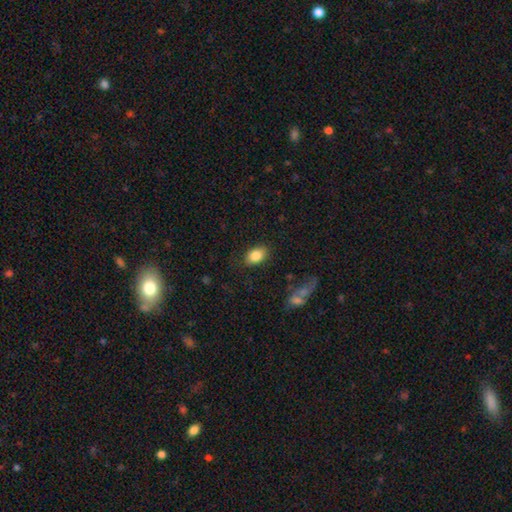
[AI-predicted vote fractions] A smooth galaxy with no disk features (85%) that is in between round and cigar-shaped (83%).

Vote fractions:
- Smooth or featured? smooth: 85% / star or artifact: 8% / featured or disk: 7%
- How rounded? in between: 83% / round: 16% / cigar-shaped: 1%
- Merging? none: 84% / minor disturbance: 11% / major disturbance: 3% / merger: 2%